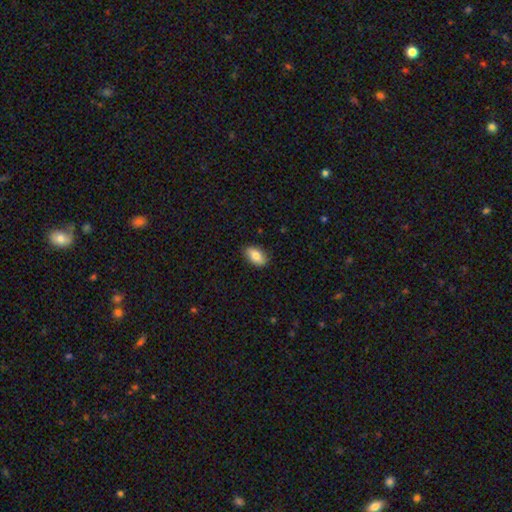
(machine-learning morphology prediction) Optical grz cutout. It shows a smooth galaxy with no disk features (82%) that is in between round and cigar-shaped (92%). Merging: none (87%).